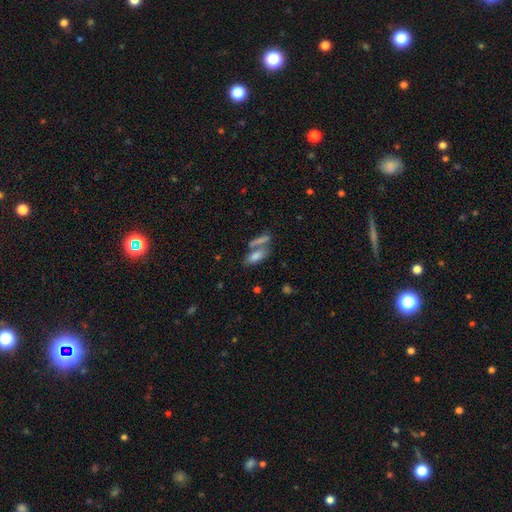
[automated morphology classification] A smooth galaxy with no disk features (76%) that is in between round and cigar-shaped (73%).

Vote fractions:
- Smooth or featured? smooth: 76% / featured or disk: 15% / star or artifact: 9%
- How rounded? in between: 73% / cigar-shaped: 23% / round: 4%
- Merging? none: 43% / merger: 42% / minor disturbance: 10% / major disturbance: 5%